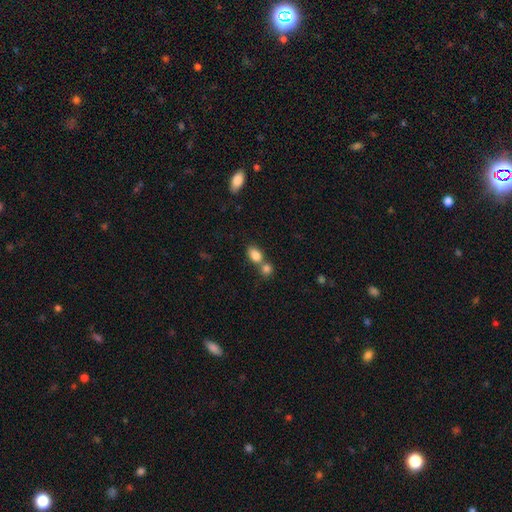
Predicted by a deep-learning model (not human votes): The model was most divided on "merging": merger: 48%, none: 40%, minor disturbance: 9%, major disturbance: 4%. More confident: smooth or featured — smooth (84%); how rounded — in between (81%).